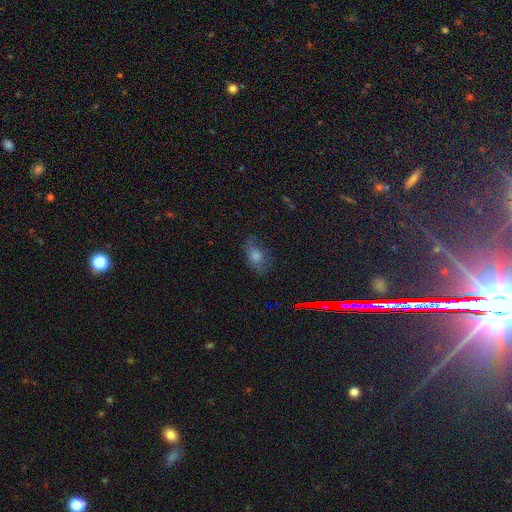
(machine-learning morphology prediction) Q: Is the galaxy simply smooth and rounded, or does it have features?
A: smooth — 58%.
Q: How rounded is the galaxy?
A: in between — 82%.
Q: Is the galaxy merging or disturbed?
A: none — 69%.